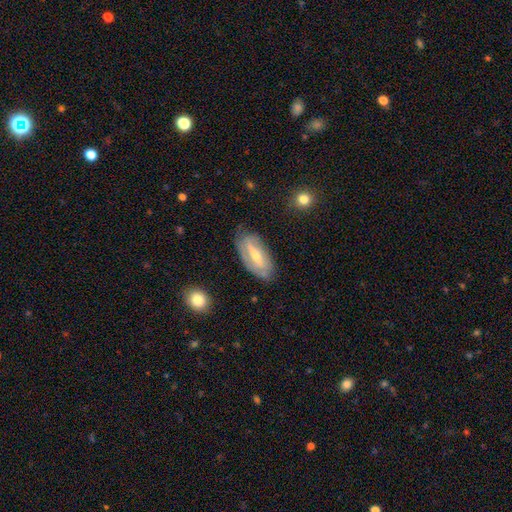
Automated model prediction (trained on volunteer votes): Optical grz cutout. It shows a featured or disk galaxy (66%) with a strong bar (43%), spiral arms (69%) and a small central bulge (48%, tied with moderate). Merging: none (76%).